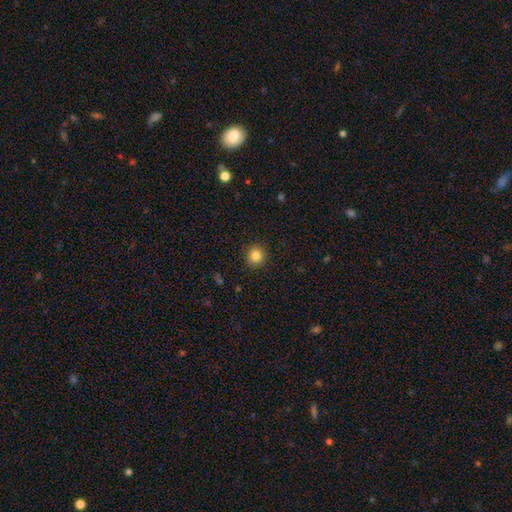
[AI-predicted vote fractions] The model was most divided on "smooth or featured": smooth: 84%, star or artifact: 11%, featured or disk: 5%. More confident: how rounded — round (93%); merging — none (91%).